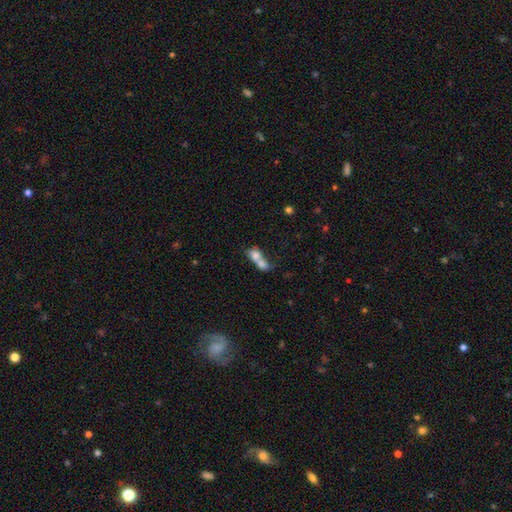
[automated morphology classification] This appears to be a smooth galaxy with no disk features (69%) that is in between round and cigar-shaped (59%). Merging: merger (77%).